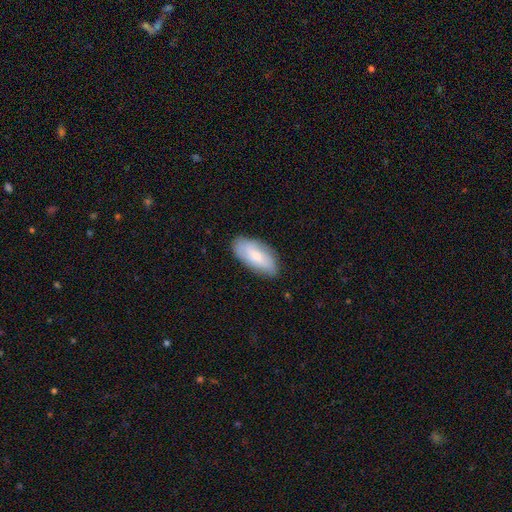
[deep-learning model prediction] Smooth or featured? smooth (69%)
How rounded? in between (89%)
Merging? none (81%)